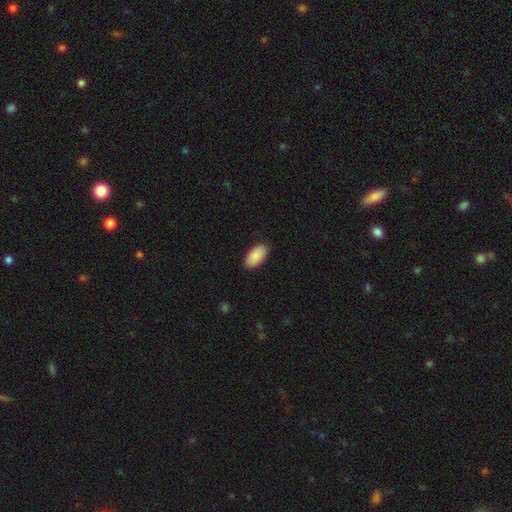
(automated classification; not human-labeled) Smooth or featured? Predicted: smooth (p=0.91). How rounded? Predicted: in between (p=0.95). Merging? Predicted: none (p=0.88).